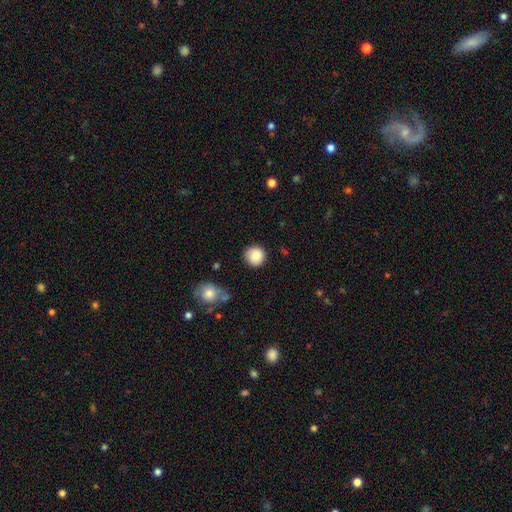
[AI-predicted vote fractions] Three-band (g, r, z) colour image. It shows a smooth galaxy with no disk features (88%) that is round (93%). Merging: none (85%).